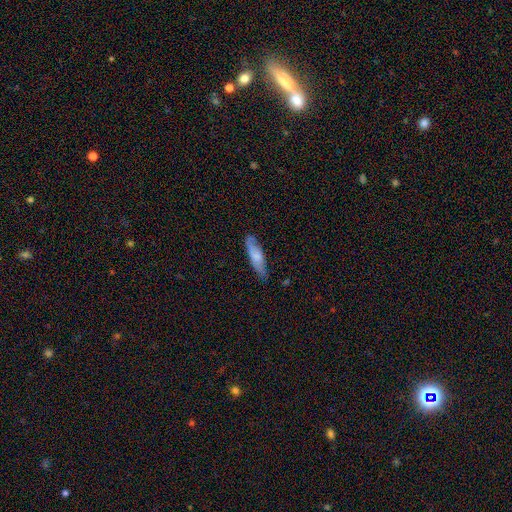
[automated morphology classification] This appears to be a smooth galaxy with no disk features (66%) that is cigar-shaped (59%). Merging: none (72%).